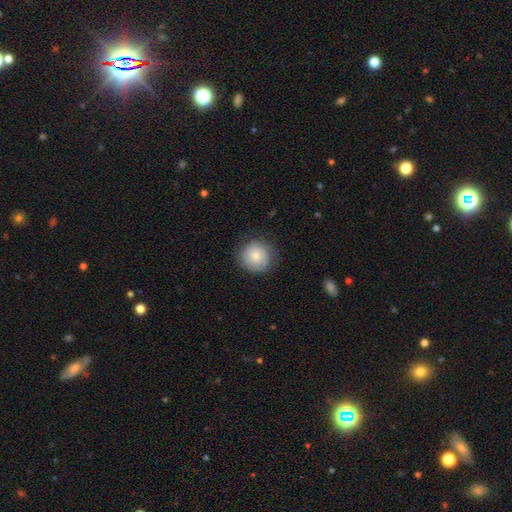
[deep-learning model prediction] smooth-or-featured: smooth: 79% | featured or disk: 13% | star or artifact: 7%
  how-rounded: round: 92% | in between: 7% | cigar-shaped: 1%
  merging: none: 80% | minor disturbance: 15% | major disturbance: 4% | merger: 1%